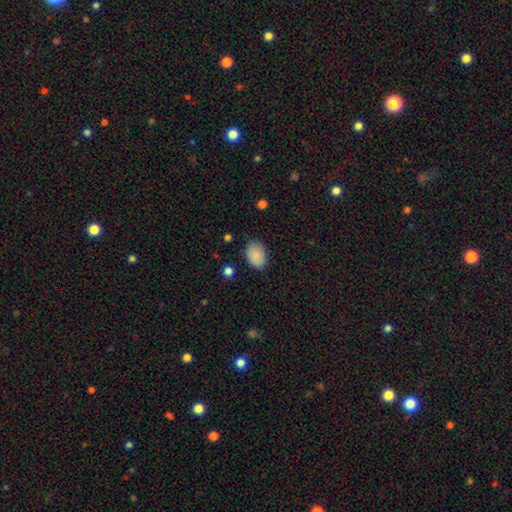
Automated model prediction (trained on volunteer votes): Q: Smooth or featured?
A: smooth (88%); runner-up: star or artifact (7%)
Q: How rounded?
A: in between (77%); runner-up: round (22%)
Q: Merging?
A: none (80%); runner-up: minor disturbance (16%)